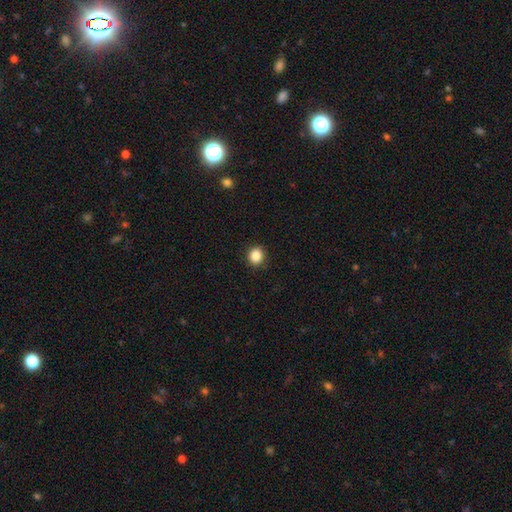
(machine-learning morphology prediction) smooth-or-featured: smooth: 86% | star or artifact: 10% | featured or disk: 3%
  how-rounded: round: 84% | in between: 15% | cigar-shaped: 1%
  merging: none: 91% | minor disturbance: 6% | major disturbance: 2% | merger: 1%